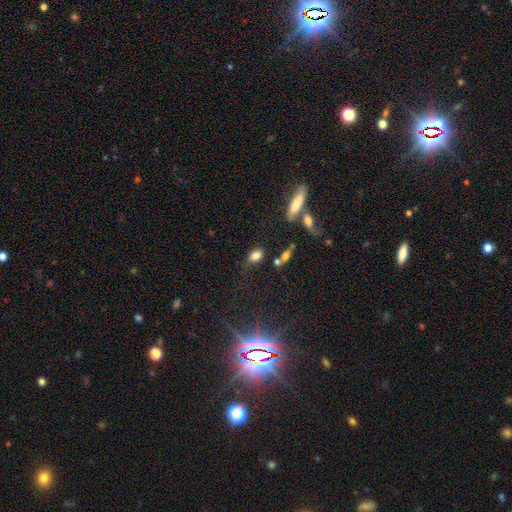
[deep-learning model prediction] smooth 81%, star or artifact 11%, featured or disk 9%. Down the decision tree: how rounded — in between (82%); merging — none (62%).